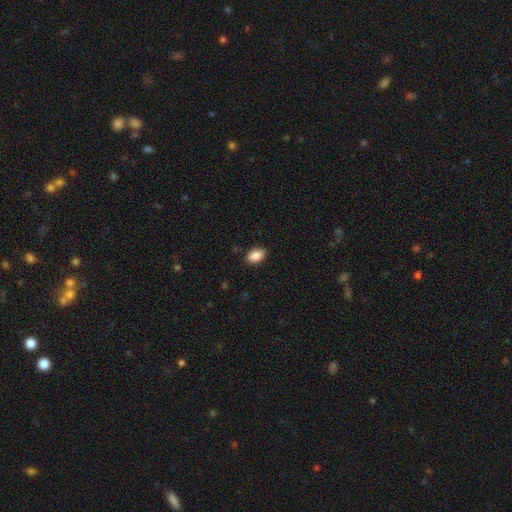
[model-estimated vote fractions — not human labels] Smooth or featured? Predicted: smooth (p=0.88). How rounded? Predicted: in between (p=0.88). Merging? Predicted: none (p=0.88).